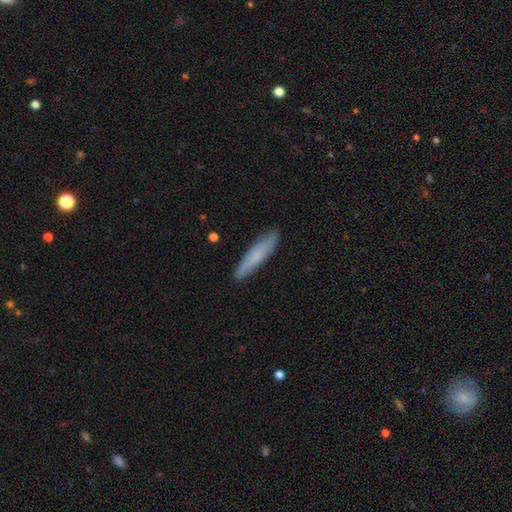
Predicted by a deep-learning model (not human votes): A smooth galaxy with no disk features (69%) that is cigar-shaped (89%). Merging: none (88%).